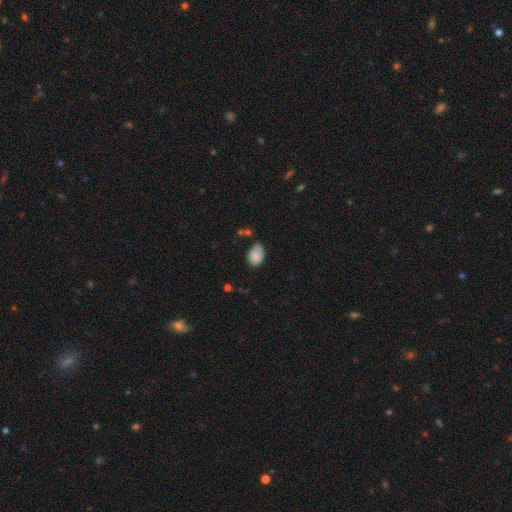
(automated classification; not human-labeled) This is clearly a smooth galaxy (83%). How rounded: clearly in between (82%). Merging: possibly none (50%).